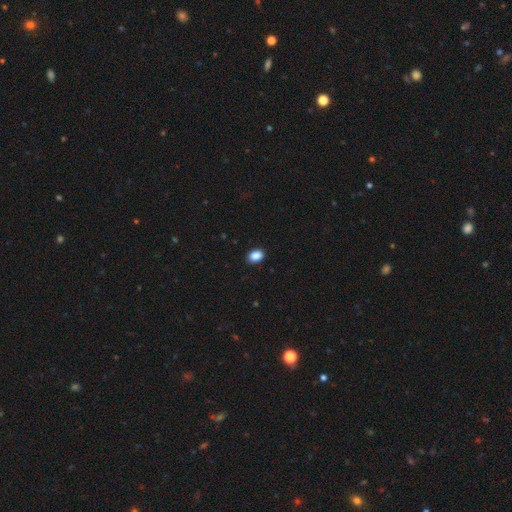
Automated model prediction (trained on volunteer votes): Q: Smooth or featured?
A: smooth (88%); runner-up: star or artifact (9%)
Q: How rounded?
A: in between (77%); runner-up: round (22%)
Q: Merging?
A: none (90%); runner-up: minor disturbance (7%)